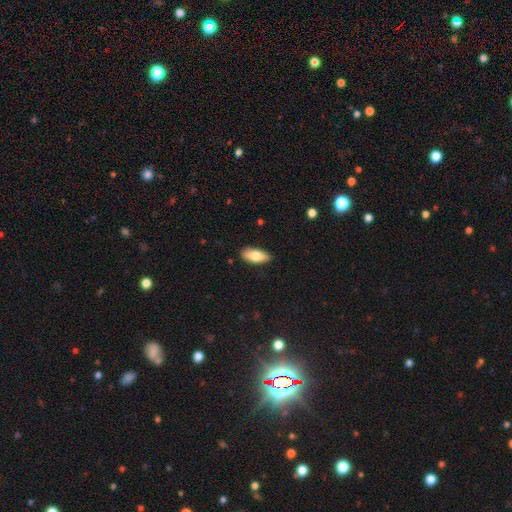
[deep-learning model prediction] A smooth galaxy with no disk features (77%) that is in between round and cigar-shaped (81%).

Vote fractions:
- Smooth or featured? smooth: 77% / featured or disk: 17% / star or artifact: 6%
- How rounded? in between: 81% / cigar-shaped: 17% / round: 2%
- Merging? none: 85% / minor disturbance: 11% / major disturbance: 2% / merger: 1%